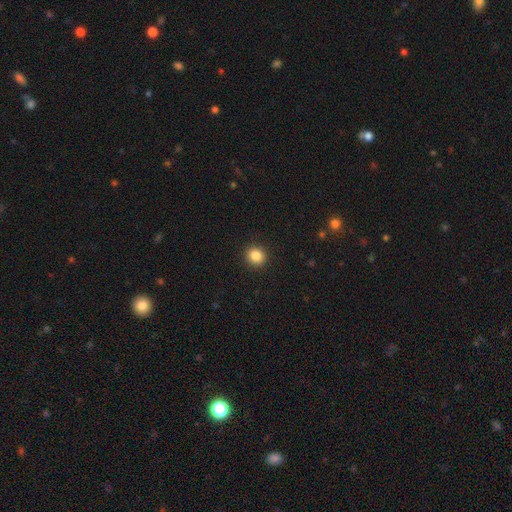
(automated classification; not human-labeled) Smooth or featured?
  - smooth: 86% *
  - star or artifact: 10%
  - featured or disk: 4%
How rounded?
  - round: 88% *
  - in between: 11%
  - cigar-shaped: 1%
Merging?
  - none: 92% *
  - minor disturbance: 5%
  - major disturbance: 2%
  - merger: 1%